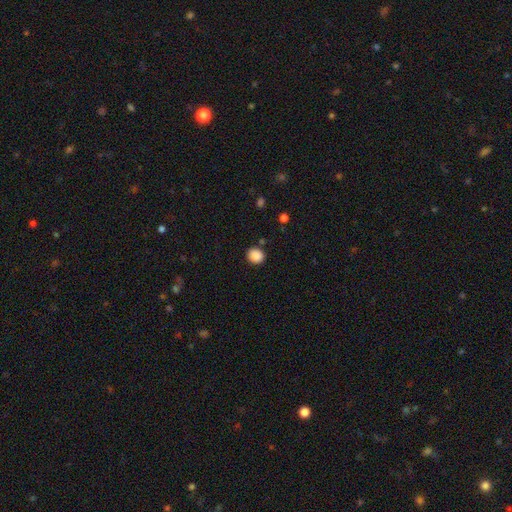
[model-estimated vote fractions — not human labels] Smooth or featured? smooth (88%)
How rounded? round (80%)
Merging? none (87%)